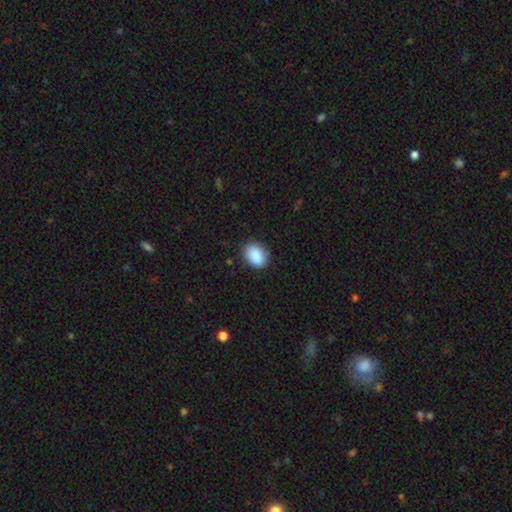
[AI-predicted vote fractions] Smooth or featured?
  - smooth: 89% *
  - star or artifact: 7%
  - featured or disk: 4%
How rounded?
  - in between: 76% *
  - round: 23%
  - cigar-shaped: 1%
Merging?
  - none: 85% *
  - minor disturbance: 12%
  - major disturbance: 3%
  - merger: 1%